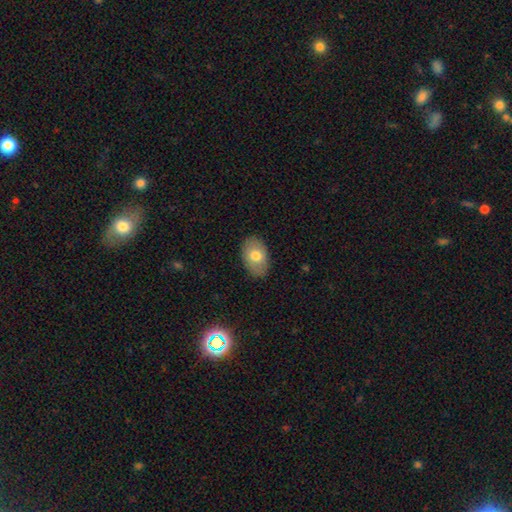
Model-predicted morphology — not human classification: Smooth or featured: smooth — 75% (featured or disk — 19%)
How rounded: in between — 89% (round — 9%)
Merging: none — 86% (minor disturbance — 11%)